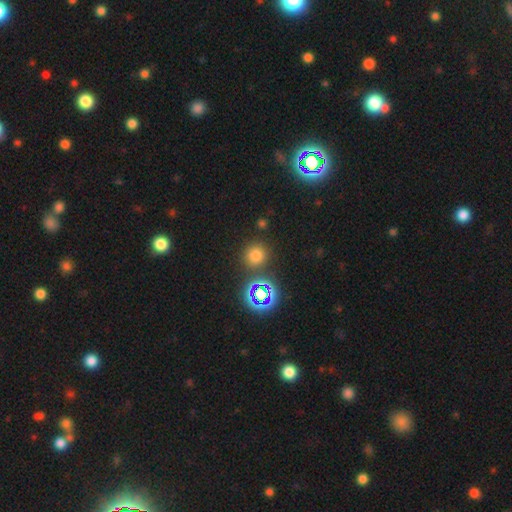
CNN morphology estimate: A smooth galaxy with no disk features (68%) that is round (91%).

Vote fractions:
- Smooth or featured? smooth: 68% / star or artifact: 25% / featured or disk: 7%
- How rounded? round: 91% / in between: 8% / cigar-shaped: 1%
- Merging? none: 83% / minor disturbance: 8% / merger: 6% / major disturbance: 3%